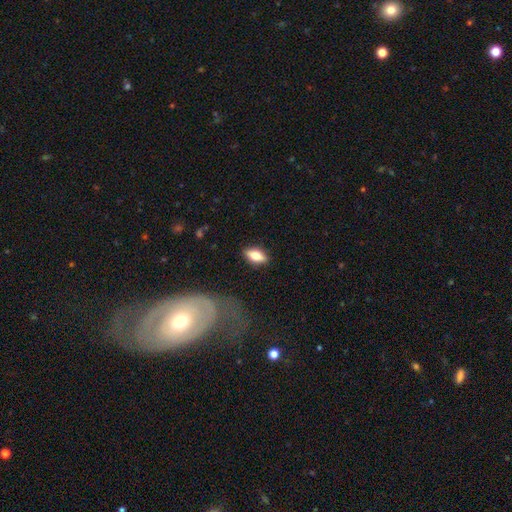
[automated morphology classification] smooth_or_featured: smooth (p=0.64) [alt: featured or disk p=0.29]
how_rounded: in between (p=0.79) [alt: cigar-shaped p=0.17]
merging: none (p=0.87) [alt: minor disturbance p=0.09]